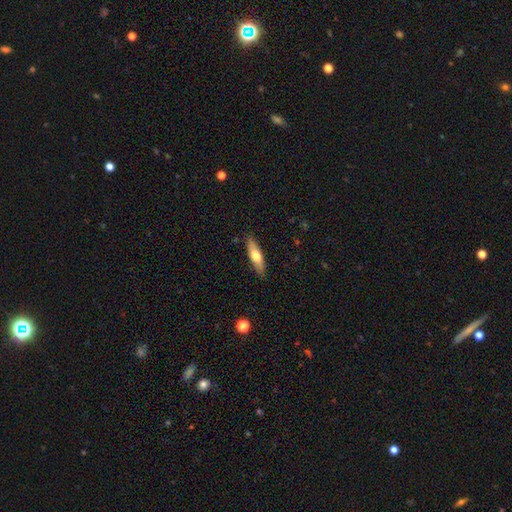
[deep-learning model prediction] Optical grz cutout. It shows a smooth galaxy with no disk features (63%) that is cigar-shaped (65%). Merging: none (87%).